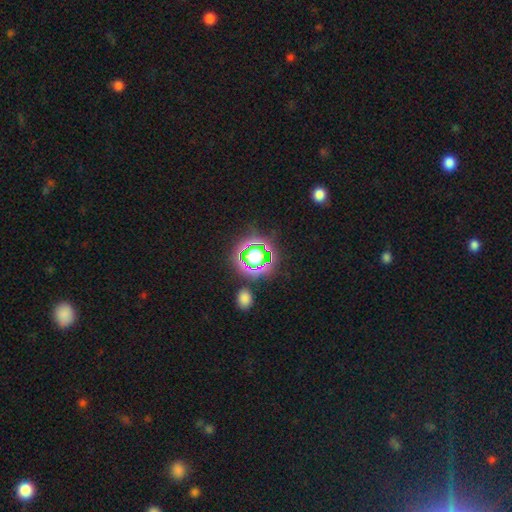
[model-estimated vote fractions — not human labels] The model was most divided on "smooth or featured": star or artifact: 56%, smooth: 32%, featured or disk: 13%.